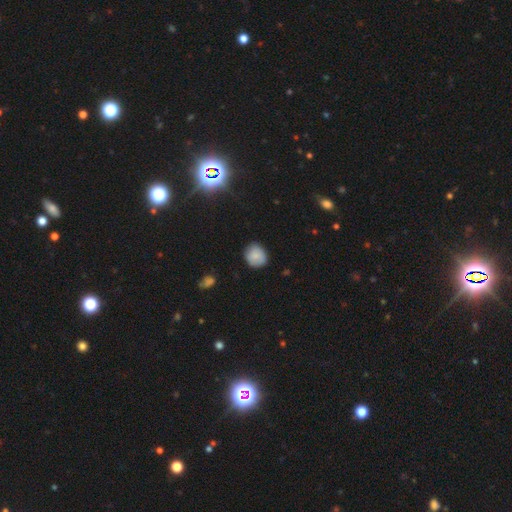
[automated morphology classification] type=smooth (82%); roundness=round (73%); merging=none (78%).